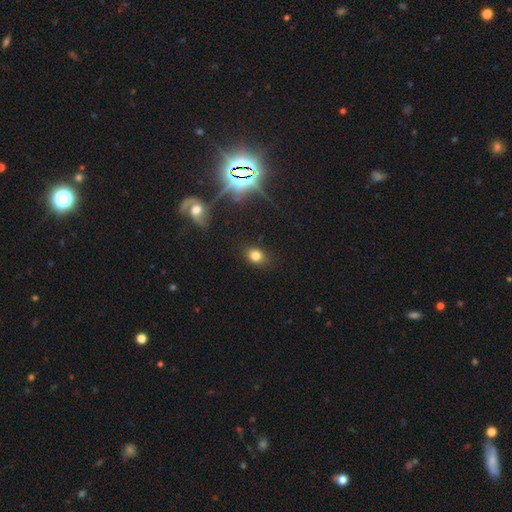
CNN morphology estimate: Q: Smooth or featured?
A: smooth (77%); runner-up: star or artifact (15%)
Q: How rounded?
A: in between (53%); runner-up: round (46%)
Q: Merging?
A: none (83%); runner-up: minor disturbance (12%)